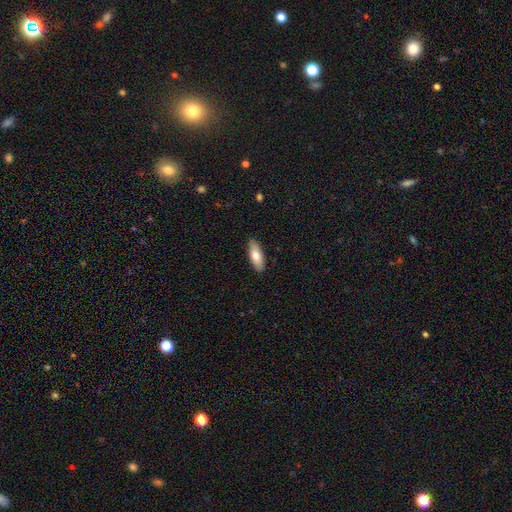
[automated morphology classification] Smooth or featured? smooth (76%)
How rounded? in between (70%)
Merging? none (89%)